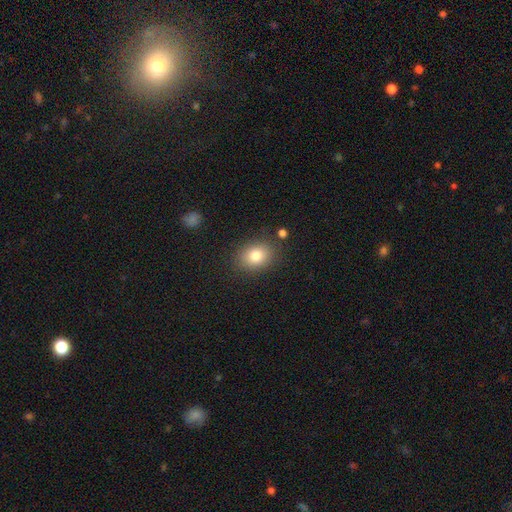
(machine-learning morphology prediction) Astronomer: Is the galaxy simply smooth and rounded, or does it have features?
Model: smooth — 81%.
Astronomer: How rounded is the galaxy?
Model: in between — 57% (runner-up: round, 42%).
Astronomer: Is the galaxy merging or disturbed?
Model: none — 84%.